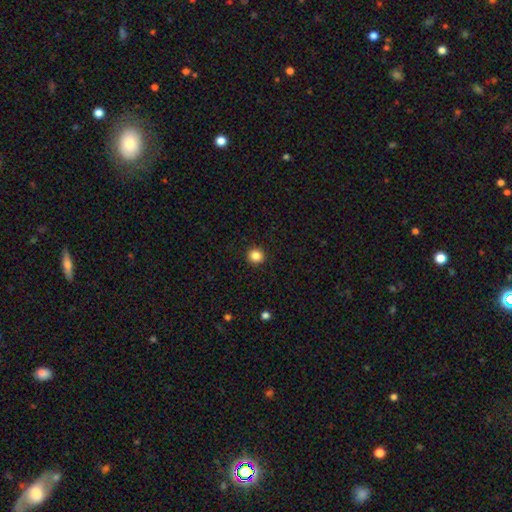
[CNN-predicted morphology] A smooth galaxy with no disk features (86%) that is round (94%). Merging: none (93%).